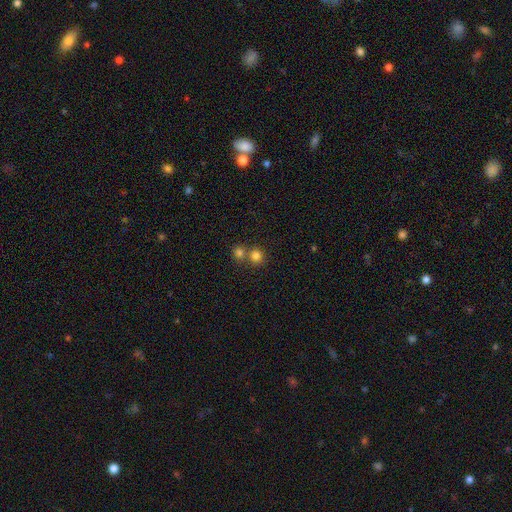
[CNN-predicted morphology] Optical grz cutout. It shows a smooth galaxy with no disk features (79%) that is round (90%). Merging: none (55%).